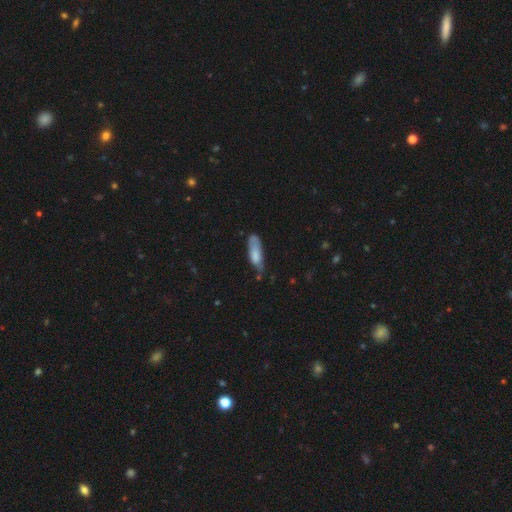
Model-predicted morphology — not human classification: Smooth or featured? Predicted: smooth (p=0.75). How rounded? Predicted: in between (p=0.56). Merging? Predicted: minor disturbance (p=0.40).